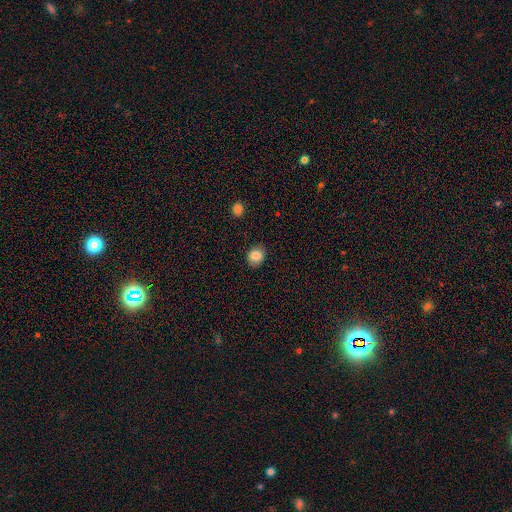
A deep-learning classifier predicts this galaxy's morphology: type=smooth (84%); roundness=round (60%); merging=none (83%).